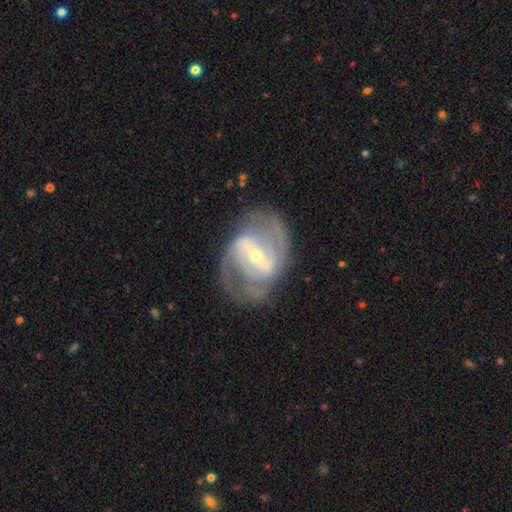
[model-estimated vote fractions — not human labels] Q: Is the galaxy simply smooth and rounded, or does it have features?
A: featured or disk — 89%.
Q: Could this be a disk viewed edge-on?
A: no — 97%.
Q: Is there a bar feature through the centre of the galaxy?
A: strong — 55%.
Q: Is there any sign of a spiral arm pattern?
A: yes — 95%.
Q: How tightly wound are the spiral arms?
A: medium — 51%.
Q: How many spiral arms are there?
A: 2 — 66%.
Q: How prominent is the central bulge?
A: small — 63%.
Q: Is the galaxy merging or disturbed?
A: none — 70%.